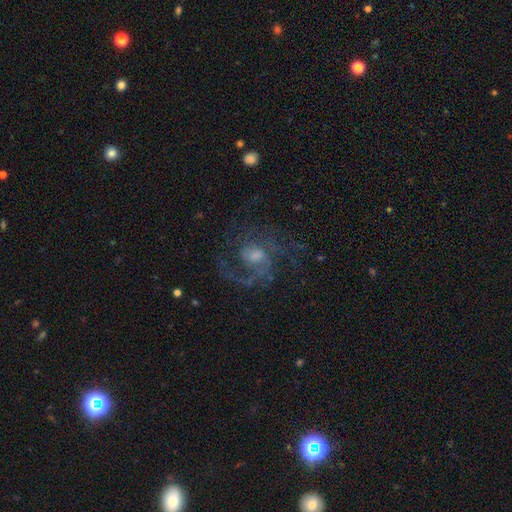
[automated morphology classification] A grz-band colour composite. It shows a featured or disk galaxy (79%) with no bar (57%), 2 (43%) medium (50%) spiral arms (89%) and a moderate central bulge (52%). Merging: none (57%).